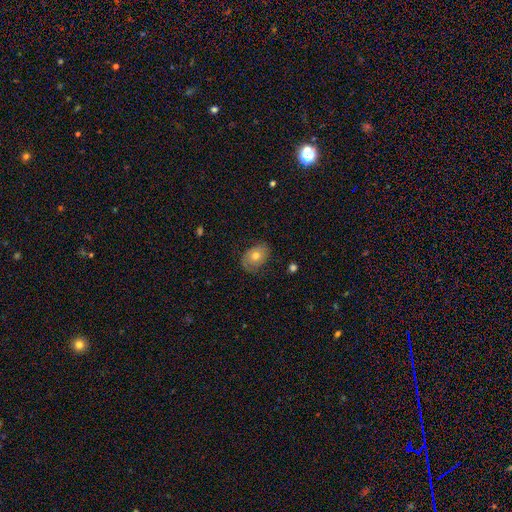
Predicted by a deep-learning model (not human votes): Smooth or featured?
  - smooth: 59% *
  - featured or disk: 32%
  - star or artifact: 9%
How rounded?
  - in between: 66% *
  - round: 33%
  - cigar-shaped: 1%
Merging?
  - none: 72% *
  - minor disturbance: 21%
  - major disturbance: 6%
  - merger: 1%